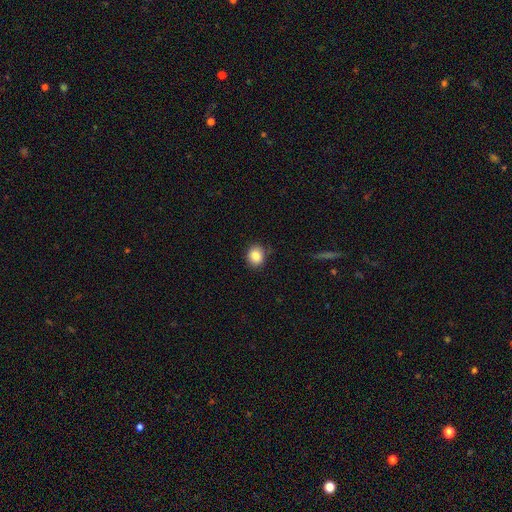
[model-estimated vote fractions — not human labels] Overall: smooth (86%). How rounded: round (69%; in between 31%). Merging: none (84%).